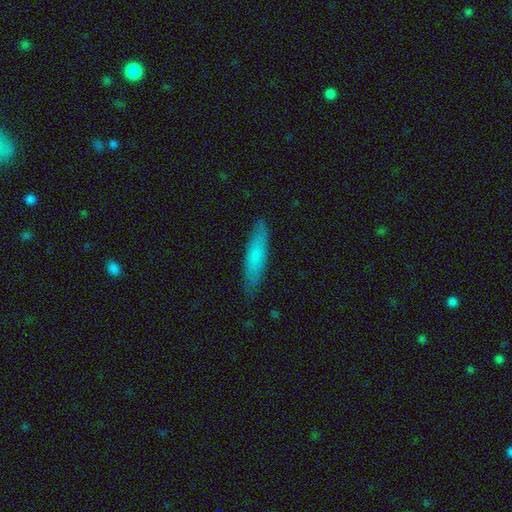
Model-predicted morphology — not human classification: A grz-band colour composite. It shows a smooth galaxy with no disk features (74%) that is cigar-shaped (78%). Merging: none (85%).